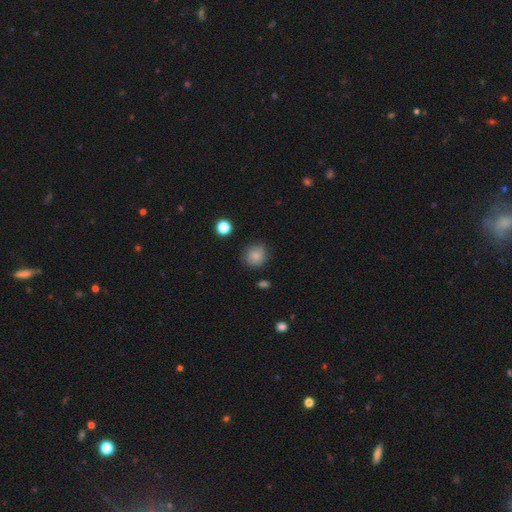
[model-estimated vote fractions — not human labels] This appears to be a smooth galaxy with no disk features (85%) that is round (87%). Merging: none (81%).